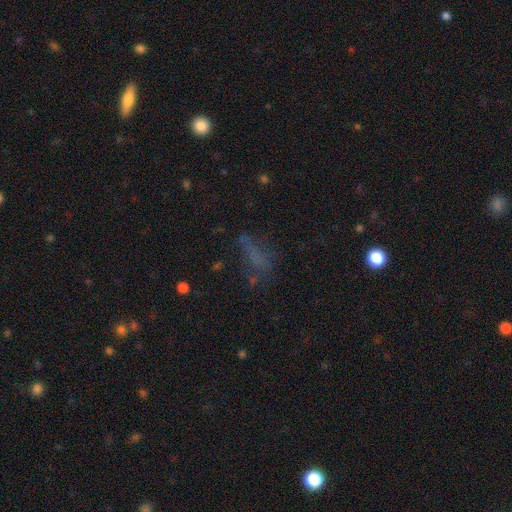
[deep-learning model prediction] Smooth or featured? smooth (48%)
Merging? none (48%)